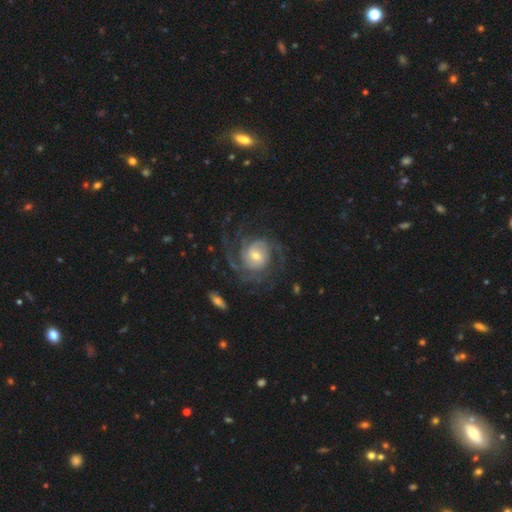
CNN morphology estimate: This appears to be a featured or disk galaxy (87%) with no bar (57%), 2 (29%) tight (47%) spiral arms (96%) and a moderate central bulge (46%). Merging: none (66%).